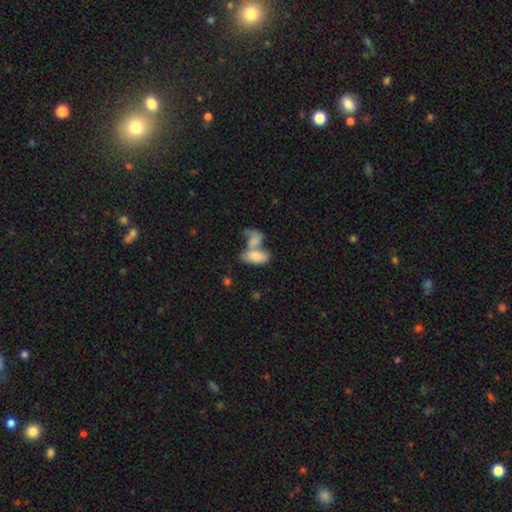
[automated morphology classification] This appears to be a smooth galaxy with no disk features (76%) that is in between round and cigar-shaped (89%). Merging: merger (59%).